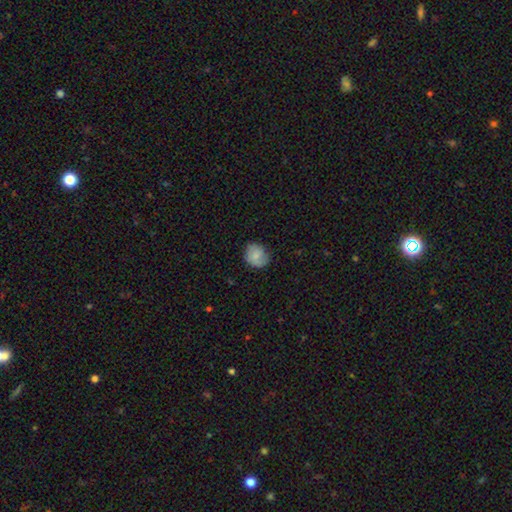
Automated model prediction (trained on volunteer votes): smooth-or-featured: smooth: 70% | featured or disk: 23% | star or artifact: 8%
  how-rounded: round: 73% | in between: 26% | cigar-shaped: 1%
  merging: none: 72% | minor disturbance: 21% | major disturbance: 5% | merger: 1%